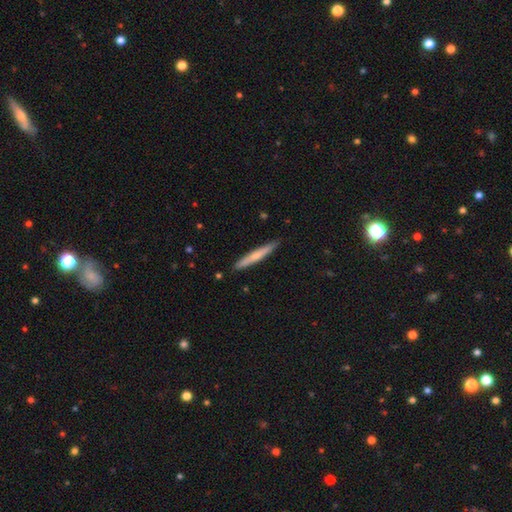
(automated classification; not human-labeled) A smooth galaxy with no disk features (56%) that is cigar-shaped (95%). Merging: none (90%).